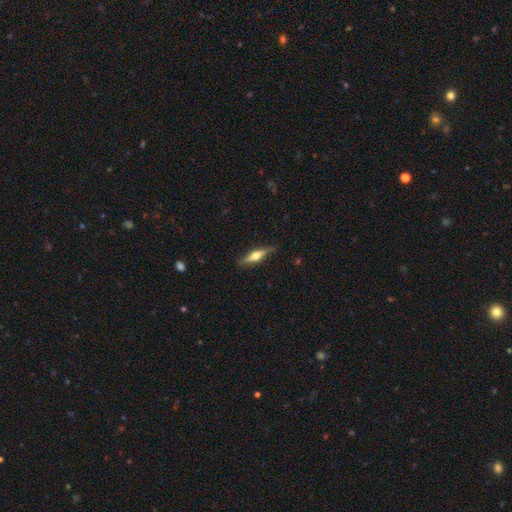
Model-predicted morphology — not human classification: A featured or disk galaxy (60%) viewed edge-on (95%) with a rounded central bulge (90%). Merging: none (85%).